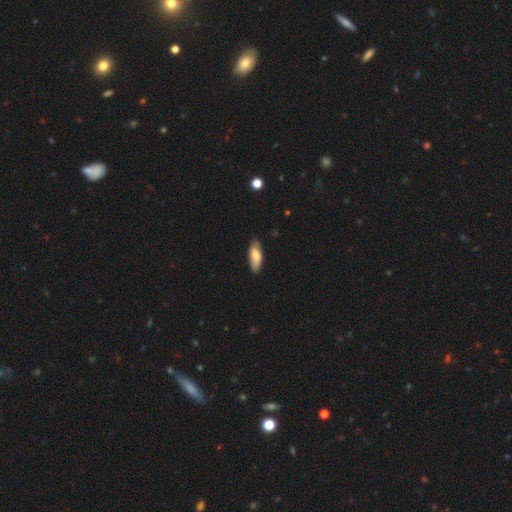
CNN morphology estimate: Overall: smooth (78%). How rounded: in between (72%). Merging: none (86%).